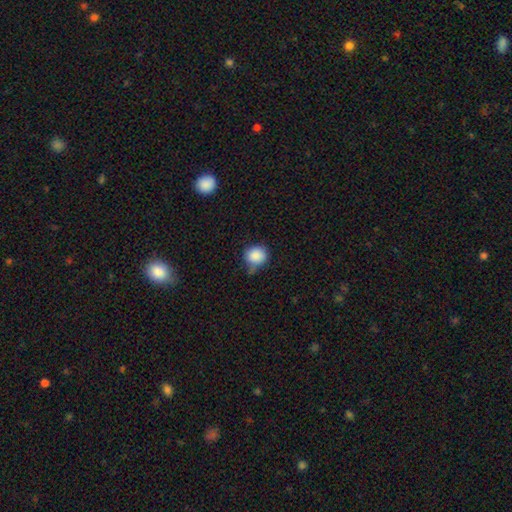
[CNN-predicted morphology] A smooth galaxy with no disk features (86%) that is round (82%).

Vote fractions:
- Smooth or featured? smooth: 86% / star or artifact: 9% / featured or disk: 5%
- How rounded? round: 82% / in between: 17% / cigar-shaped: 1%
- Merging? none: 51% / minor disturbance: 37% / major disturbance: 8% / merger: 4%